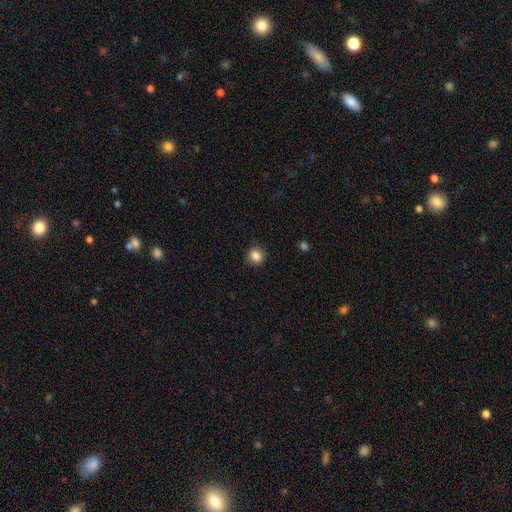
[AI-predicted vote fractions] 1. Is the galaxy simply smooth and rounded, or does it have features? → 86% smooth, 10% star or artifact, 4% featured or disk.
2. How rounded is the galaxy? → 87% round, 13% in between, 1% cigar-shaped.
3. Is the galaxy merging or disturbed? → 89% none, 8% minor disturbance, 2% major disturbance, 1% merger.